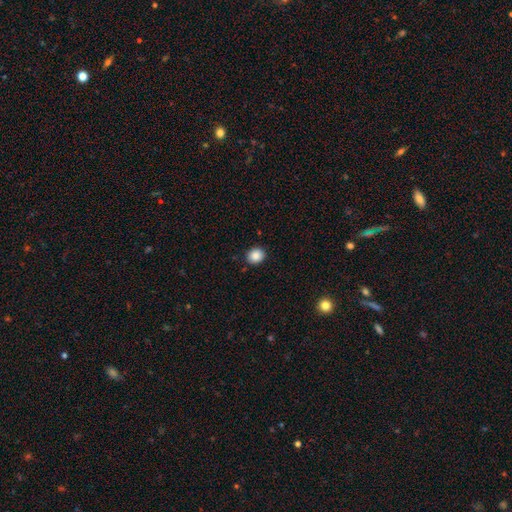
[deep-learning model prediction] smooth 88%, star or artifact 9%, featured or disk 3%. Down the decision tree: how rounded — round (73%); merging — none (89%).